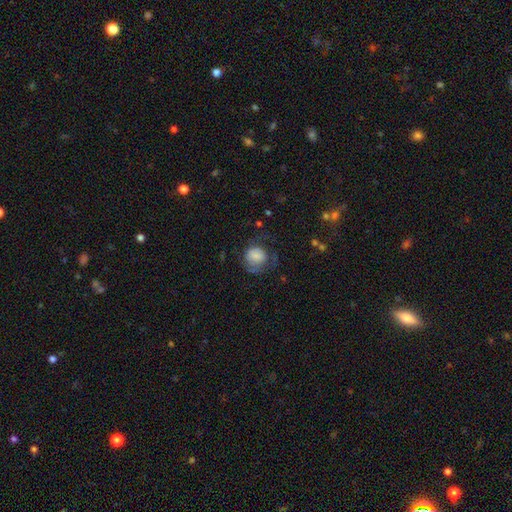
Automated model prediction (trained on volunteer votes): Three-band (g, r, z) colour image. It shows a smooth galaxy with no disk features (67%) that is round (76%). Merging: none (44%).